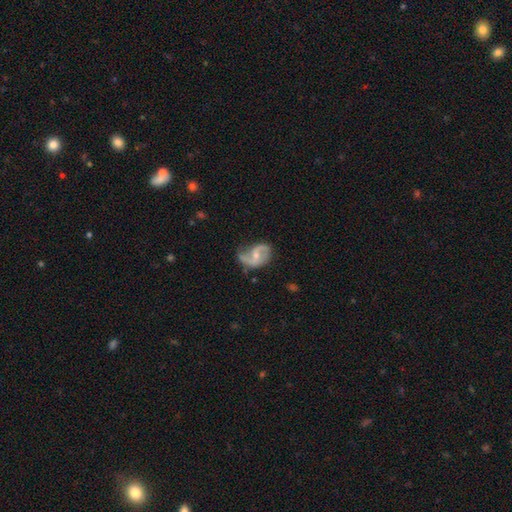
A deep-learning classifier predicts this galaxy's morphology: Q: Smooth or featured?
A: featured or disk (78%); runner-up: smooth (16%)
Q: Edge-on disk?
A: no (98%); runner-up: yes (2%)
Q: Bar?
A: weak (45%); runner-up: no (43%)
Q: Spiral arms?
A: yes (92%); runner-up: no (8%)
Q: Spiral winding?
A: loose (51%); runner-up: medium (38%)
Q: Spiral arm count?
A: 2 (79%); runner-up: 1 (12%)
Q: Bulge size?
A: small (51%); runner-up: moderate (41%)
Q: Merging?
A: none (44%); runner-up: minor disturbance (32%)